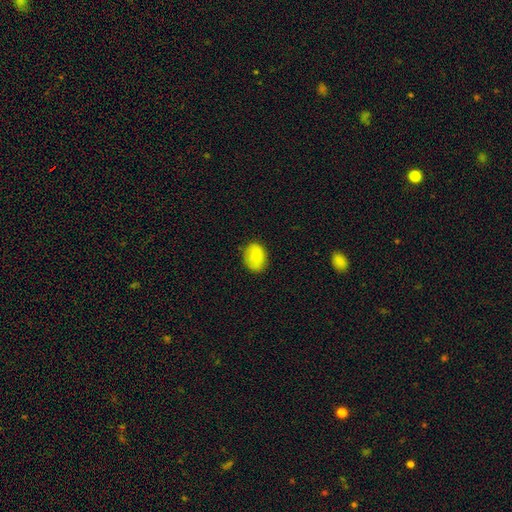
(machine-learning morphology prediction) Q: Smooth or featured?
A: smooth (83%); runner-up: featured or disk (9%)
Q: How rounded?
A: in between (61%); runner-up: round (38%)
Q: Merging?
A: none (82%); runner-up: minor disturbance (14%)